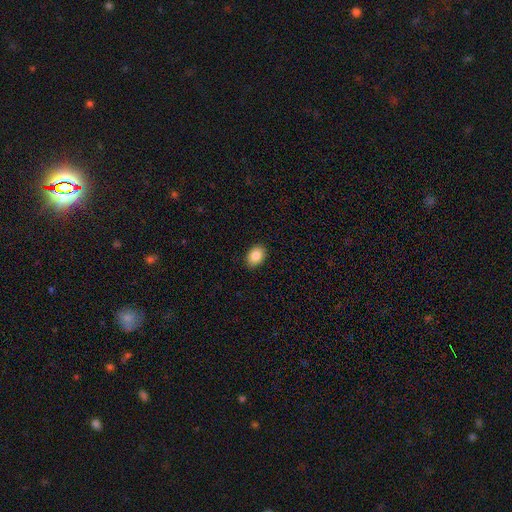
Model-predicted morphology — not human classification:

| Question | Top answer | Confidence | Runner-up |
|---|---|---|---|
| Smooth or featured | smooth | 86% | star or artifact (8%) |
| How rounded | in between | 77% | round (22%) |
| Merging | none | 90% | minor disturbance (7%) |